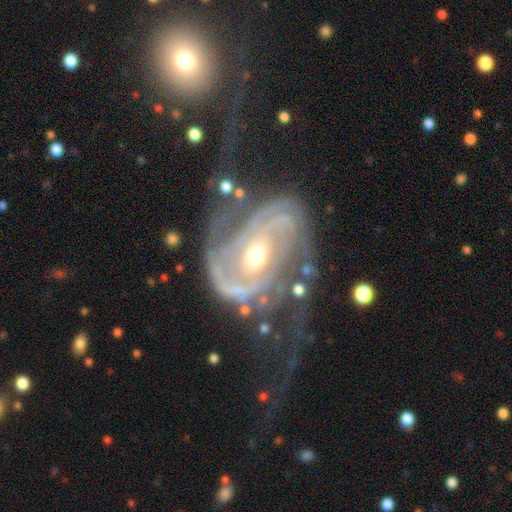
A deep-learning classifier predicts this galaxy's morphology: A featured or disk galaxy (92%) with no bar (46%), 2 (71%) medium (42%) spiral arms (97%) and a moderate central bulge (51%). Merging: none (36%).